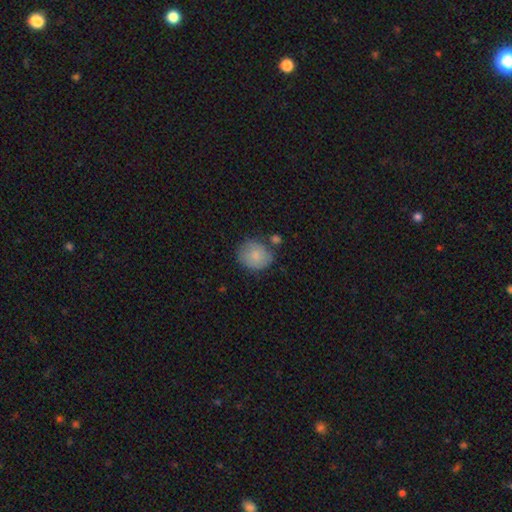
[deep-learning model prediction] This appears to be a smooth galaxy with no disk features (79%) that is round (78%). Merging: none (65%).